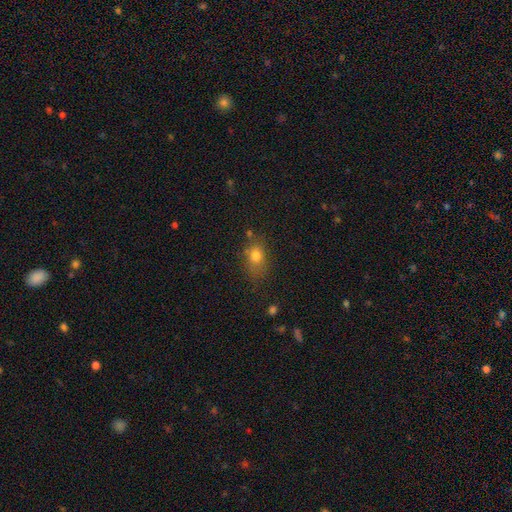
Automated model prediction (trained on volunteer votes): This appears to be a smooth galaxy with no disk features (76%) that is in between round and cigar-shaped (64%). Merging: none (61%).